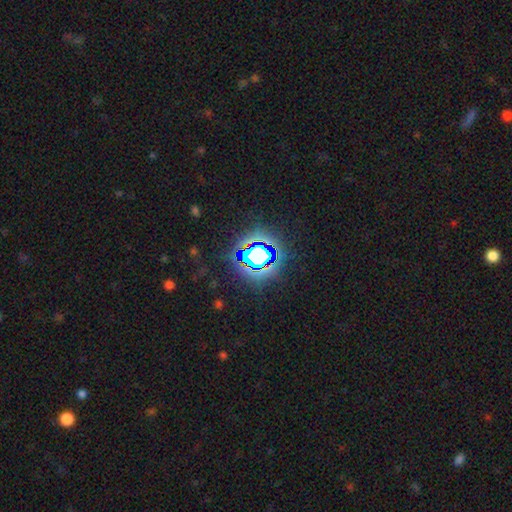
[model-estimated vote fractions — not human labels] This appears to be a star or artifact, not a galaxy (72%).